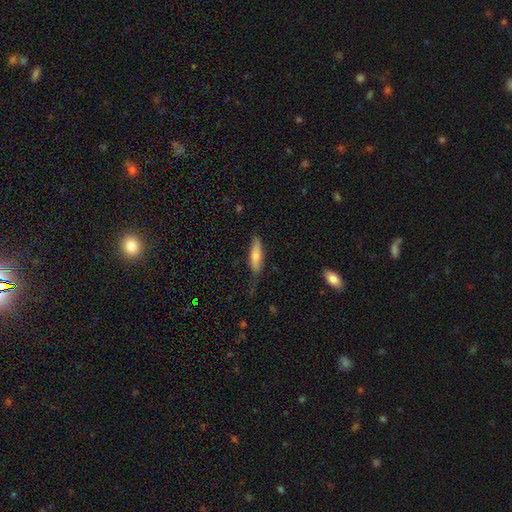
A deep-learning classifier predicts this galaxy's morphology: Overall: smooth (75%). How rounded: cigar-shaped (63%; in between 35%). Merging: none (67%).